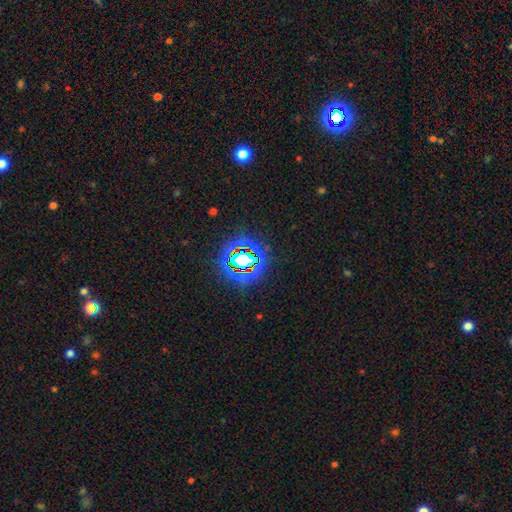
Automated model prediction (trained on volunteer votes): Q: Smooth or featured?
A: star or artifact (77%); runner-up: smooth (14%)